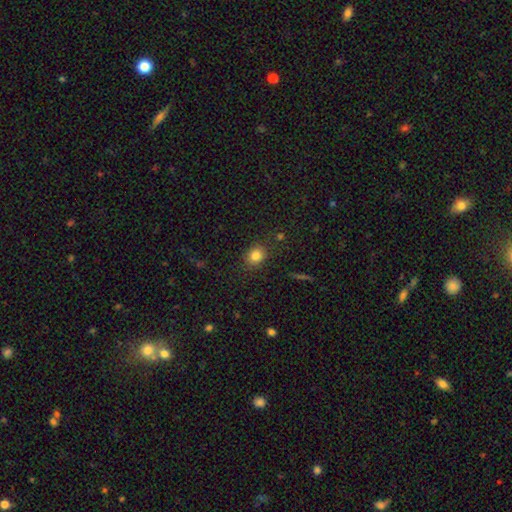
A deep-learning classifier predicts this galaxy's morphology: Smooth or featured? smooth (83%)
How rounded? round (68%)
Merging? none (83%)